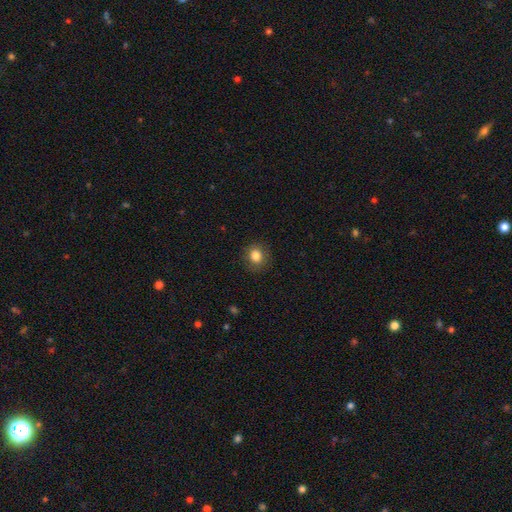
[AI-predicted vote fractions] smooth_or_featured: smooth (p=0.83) [alt: star or artifact p=0.10]
how_rounded: round (p=0.77) [alt: in between p=0.22]
merging: none (p=0.87) [alt: minor disturbance p=0.09]